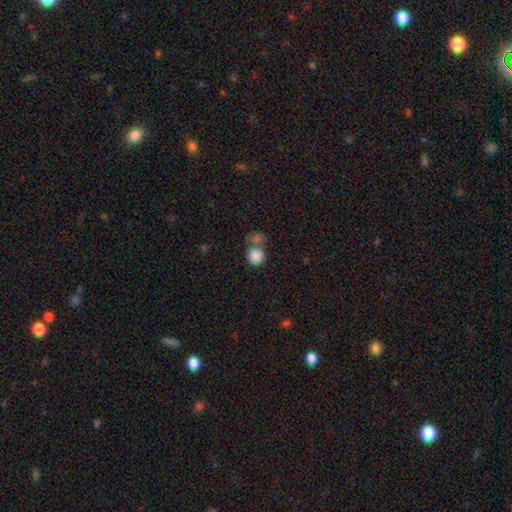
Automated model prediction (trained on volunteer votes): A smooth galaxy with no disk features (86%) that is round (85%).

Vote fractions:
- Smooth or featured? smooth: 86% / star or artifact: 9% / featured or disk: 5%
- How rounded? round: 85% / in between: 14% / cigar-shaped: 1%
- Merging? none: 47% / merger: 36% / minor disturbance: 11% / major disturbance: 6%